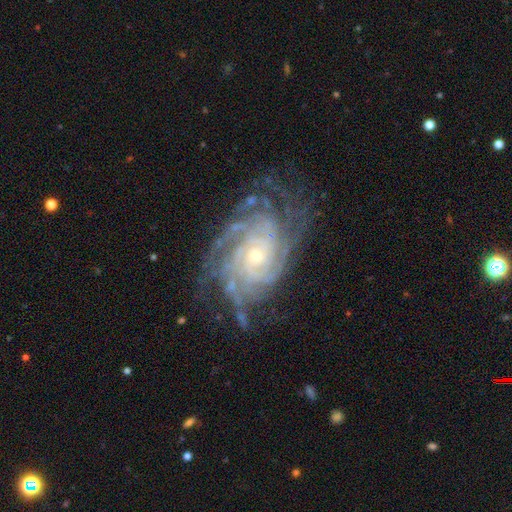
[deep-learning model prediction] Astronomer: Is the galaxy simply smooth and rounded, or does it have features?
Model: featured or disk — 90%.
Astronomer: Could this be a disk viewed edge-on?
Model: no — 97%.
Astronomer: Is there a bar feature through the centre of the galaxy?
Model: no — 74%.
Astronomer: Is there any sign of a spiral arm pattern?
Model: yes — 98%.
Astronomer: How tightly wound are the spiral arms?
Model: tight — 75%.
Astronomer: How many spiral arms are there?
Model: more than 4 — 26%, tied with 4 at 26%.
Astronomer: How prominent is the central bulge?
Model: small — 71%.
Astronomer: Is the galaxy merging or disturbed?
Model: none — 73%.